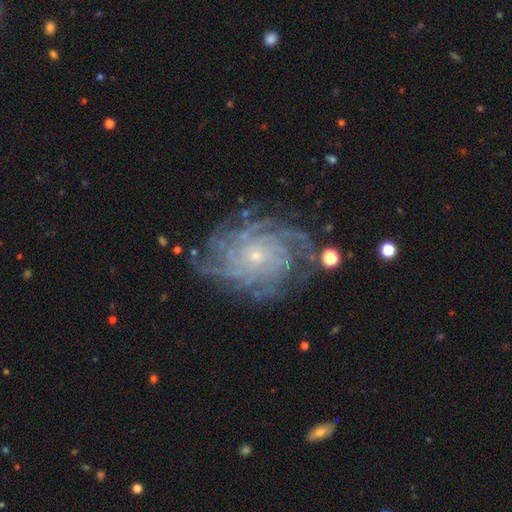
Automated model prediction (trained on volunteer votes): smooth-or-featured: featured or disk: 87% | star or artifact: 7% | smooth: 5%
  disk-edge-on: no: 97% | yes: 3%
    bar: no: 81% | weak: 15% | strong: 4%
    has-spiral-arms: yes: 97% | no: 3%
      spiral-winding: tight: 72% | medium: 22% | loose: 6%
      spiral-arm-count: more than 4: 38% | can't tell: 20% | 4: 18% | 3: 9% | 2: 8% | 1: 7%
    bulge-size: small: 85% | moderate: 11% | none: 2% | large: 1% | dominant: 1%
  merging: none: 77% | minor disturbance: 15% | major disturbance: 6% | merger: 2%